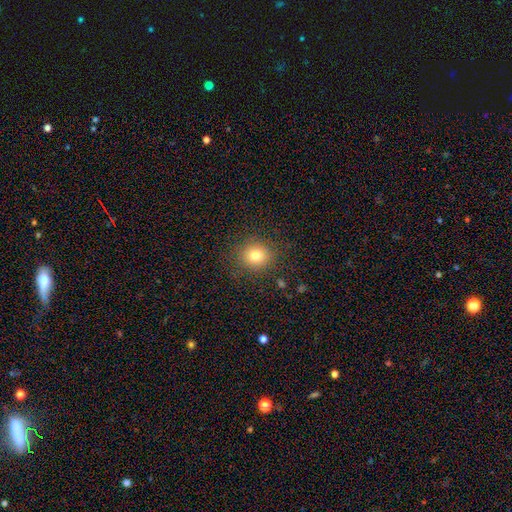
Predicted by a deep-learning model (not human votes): This appears to be a smooth galaxy with no disk features (78%) that is round (86%). Merging: none (87%).